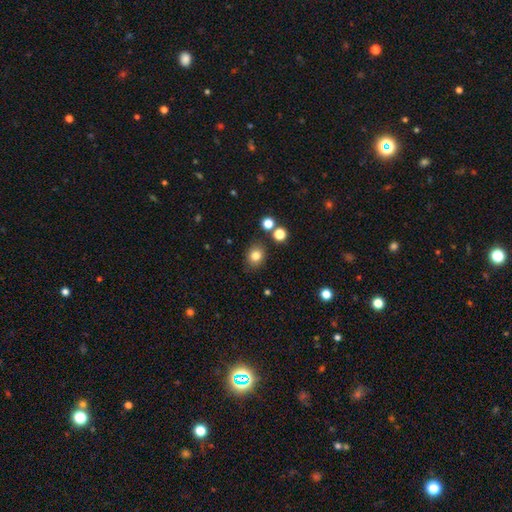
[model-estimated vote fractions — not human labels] This appears to be a smooth galaxy with no disk features (81%) that is round (70%). Merging: none (83%).